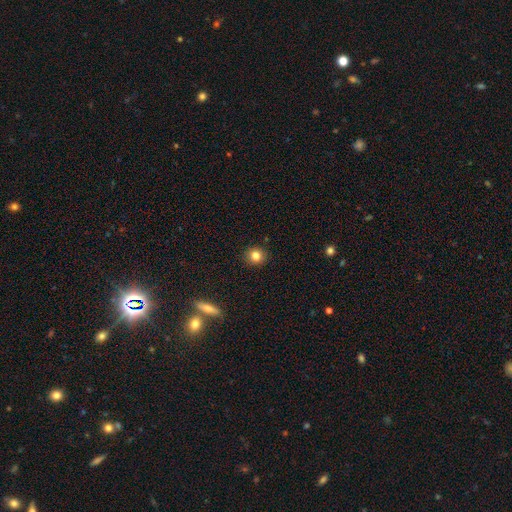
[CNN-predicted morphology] This appears to be a smooth galaxy with no disk features (82%) that is round (90%). Merging: none (91%).